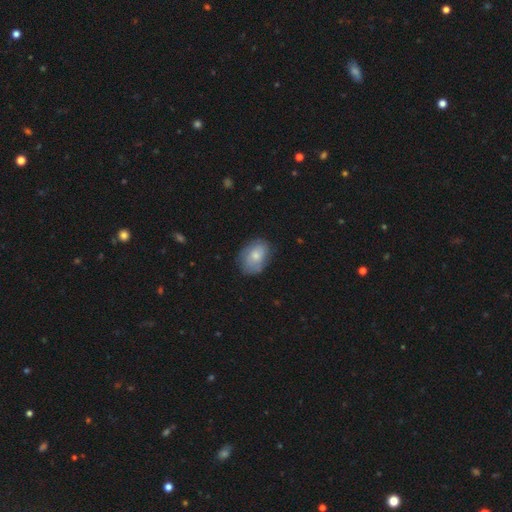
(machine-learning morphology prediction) Q: Smooth or featured?
A: smooth (67%); runner-up: featured or disk (26%)
Q: How rounded?
A: in between (77%); runner-up: round (22%)
Q: Merging?
A: none (72%); runner-up: minor disturbance (21%)